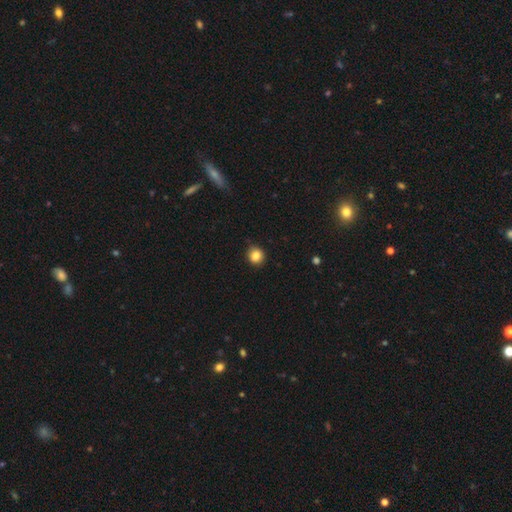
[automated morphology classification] smooth_or_featured: smooth (p=0.85) [alt: star or artifact p=0.10]
how_rounded: round (p=0.89) [alt: in between p=0.10]
merging: none (p=0.87) [alt: minor disturbance p=0.10]